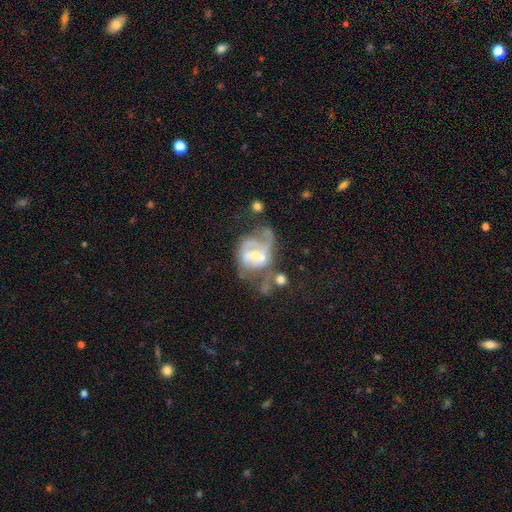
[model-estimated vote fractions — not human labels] Smooth or featured? featured or disk (71%)
Edge-on disk? no (98%)
Bar? no (64%)
Spiral arms? yes (65%)
Bulge size? moderate (43%)
Merging? major disturbance (37%)